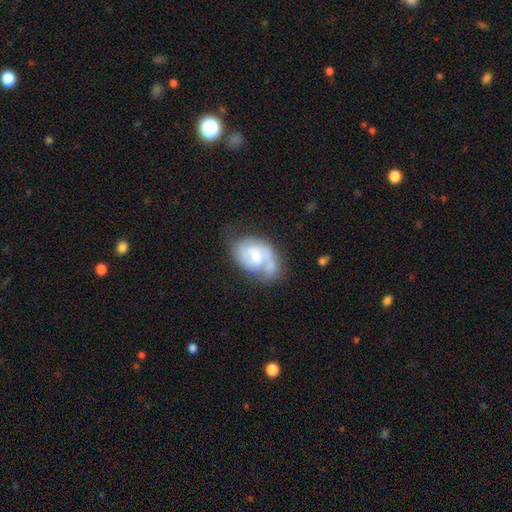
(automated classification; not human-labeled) Morphology: type=featured or disk (73%); edge-on=no (97%); bar=no (46%); spiral arms=yes (89%); winding=medium (43%); arm count=2 (63%); bulge=small (46%); merging=none (44%).